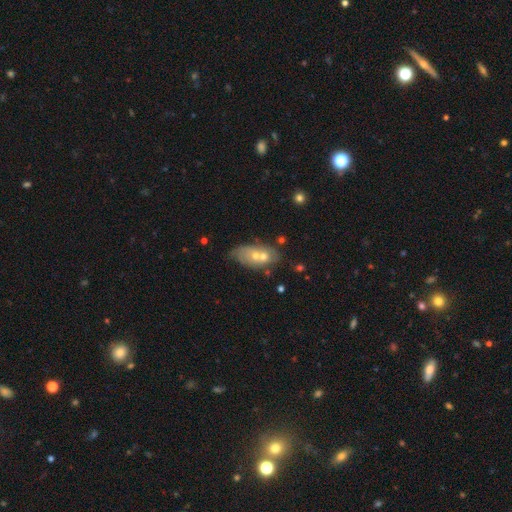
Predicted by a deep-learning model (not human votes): Overall: smooth (46%; featured or disk 41%). Merging: none (42%; merger 30%).